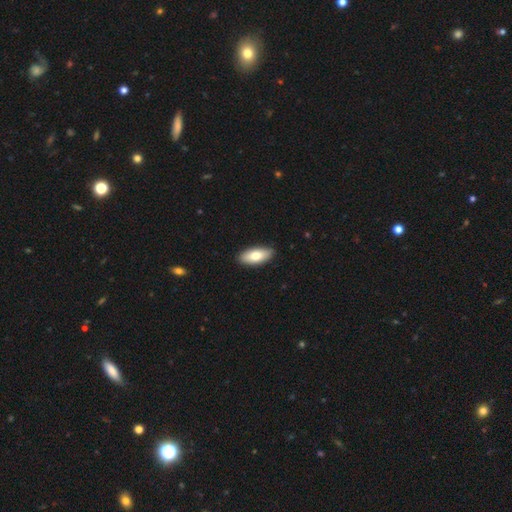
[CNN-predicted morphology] Overall: smooth (78%). How rounded: in between (85%). Merging: none (90%).